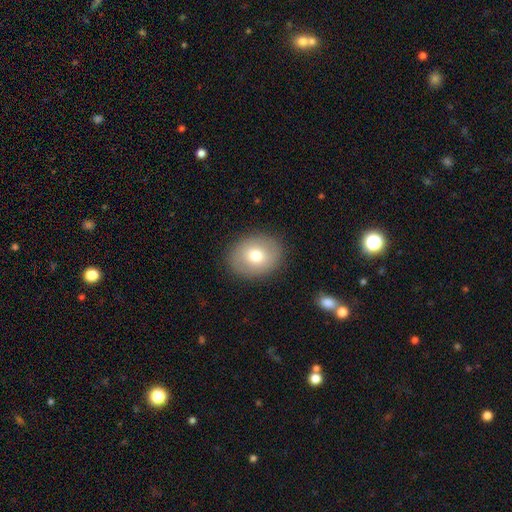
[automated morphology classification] This is likely a smooth galaxy (72%). How rounded: possibly round (50%). Merging: clearly none (88%).